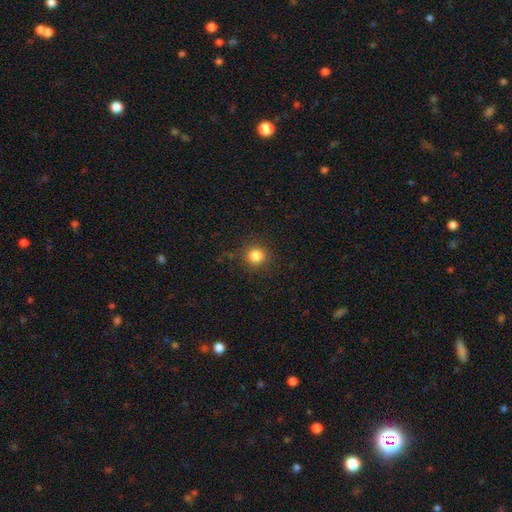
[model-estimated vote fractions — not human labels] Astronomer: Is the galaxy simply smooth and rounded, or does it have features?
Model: smooth — 83%.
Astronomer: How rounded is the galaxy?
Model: round — 91%.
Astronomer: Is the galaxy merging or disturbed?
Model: none — 89%.